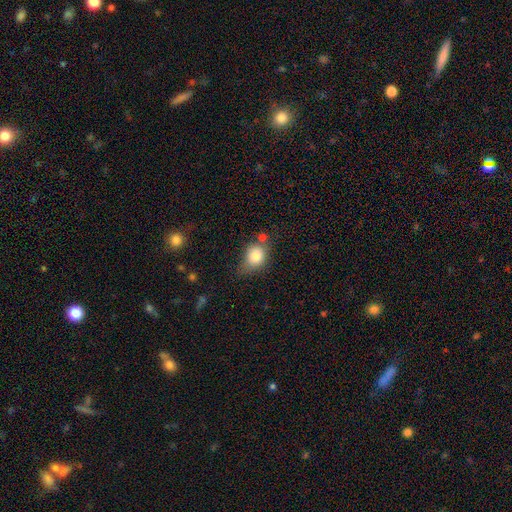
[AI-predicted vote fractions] Smooth or featured: smooth — 79% (featured or disk — 11%)
How rounded: in between — 50% (round — 49%)
Merging: none — 48% (minor disturbance — 30%)